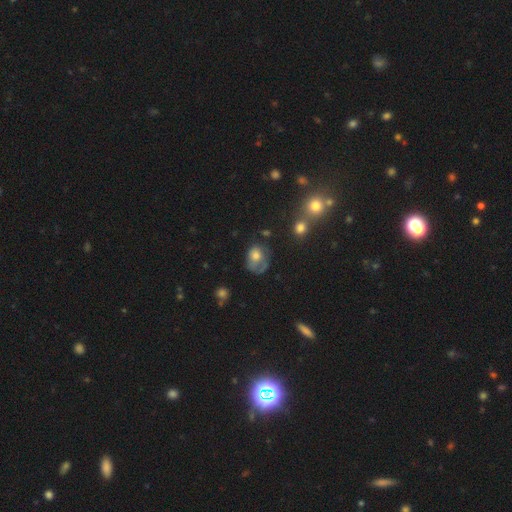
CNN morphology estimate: Smooth or featured: smooth — 58% (featured or disk — 31%)
How rounded: in between — 55% (round — 44%)
Merging: none — 35% (major disturbance — 33%)